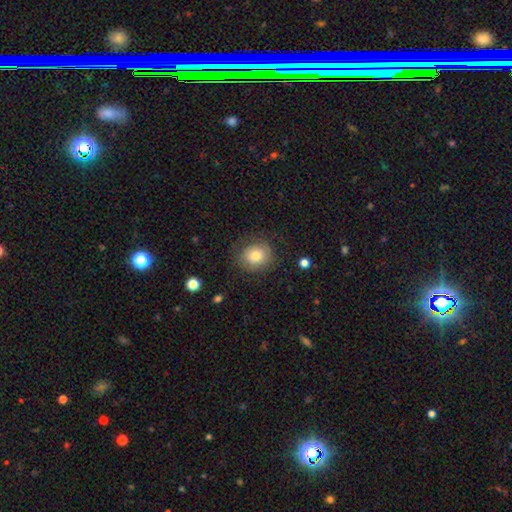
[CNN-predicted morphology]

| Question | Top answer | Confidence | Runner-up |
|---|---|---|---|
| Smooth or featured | smooth | 78% | featured or disk (13%) |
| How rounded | round | 77% | in between (22%) |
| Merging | none | 79% | minor disturbance (14%) |